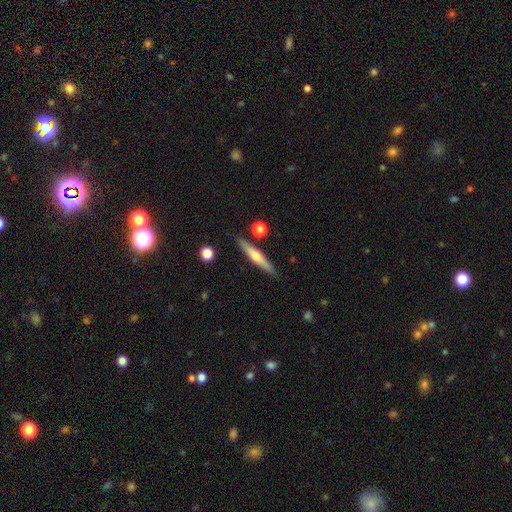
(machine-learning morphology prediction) The model was most divided on "smooth or featured": featured or disk: 51%, smooth: 43%, star or artifact: 6%. More confident: edge-on disk — yes (96%); merging — none (86%).